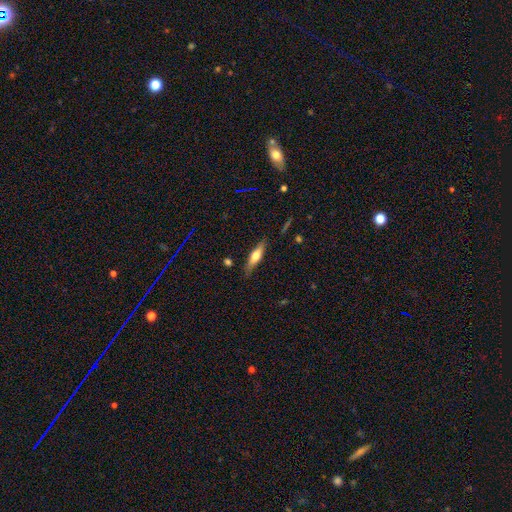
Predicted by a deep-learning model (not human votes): A smooth galaxy with no disk features (50%). Merging: none (80%).